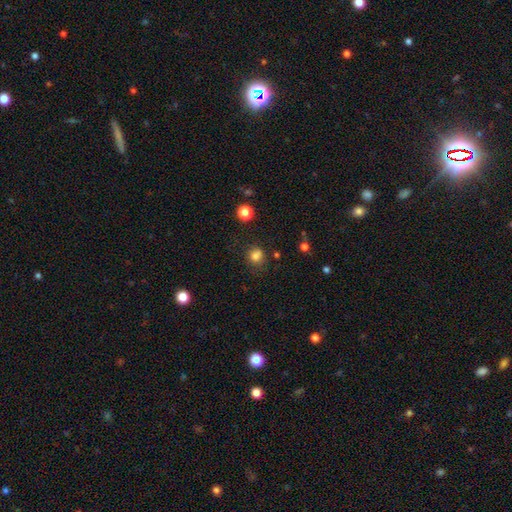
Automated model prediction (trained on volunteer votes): Morphology: type=smooth (80%); roundness=round (84%); merging=none (72%).